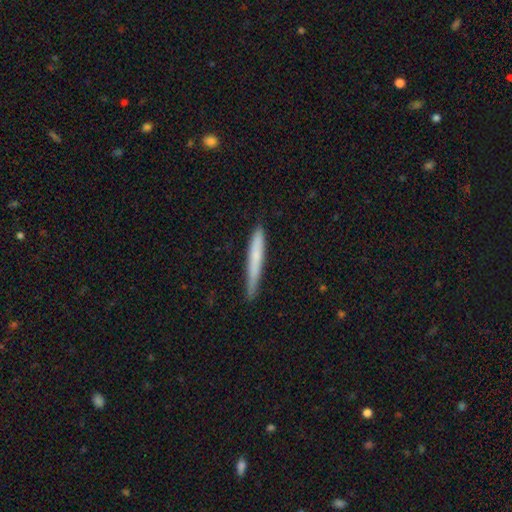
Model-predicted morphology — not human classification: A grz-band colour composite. It shows a smooth galaxy with no disk features (67%) that is cigar-shaped (96%). Merging: none (80%).